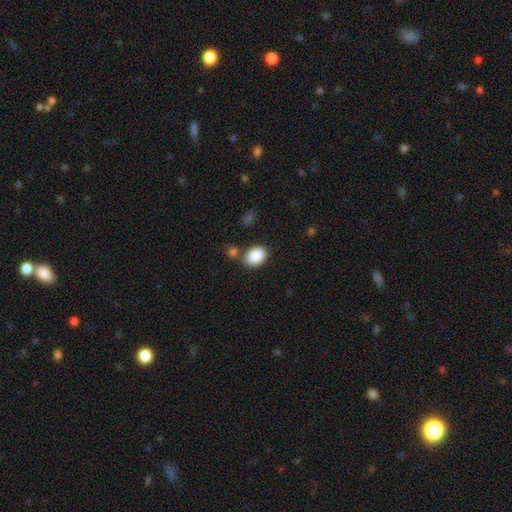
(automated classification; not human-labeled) A smooth galaxy with no disk features (88%) that is in between round and cigar-shaped (74%).

Vote fractions:
- Smooth or featured? smooth: 88% / star or artifact: 7% / featured or disk: 5%
- How rounded? in between: 74% / round: 25% / cigar-shaped: 1%
- Merging? none: 71% / merger: 12% / minor disturbance: 12% / major disturbance: 4%